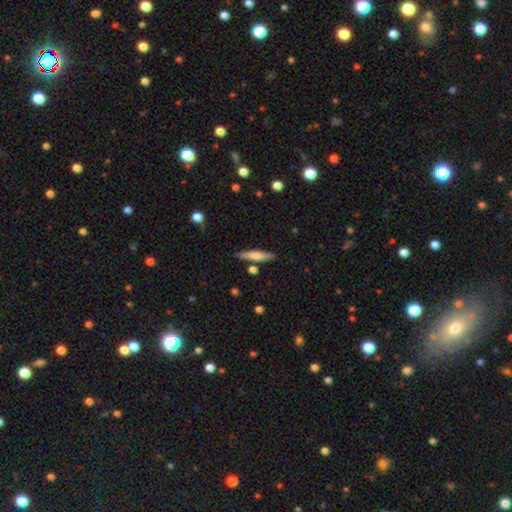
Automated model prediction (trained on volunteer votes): Overall: smooth (61%; featured or disk 34%). How rounded: cigar-shaped (87%). Merging: none (84%).